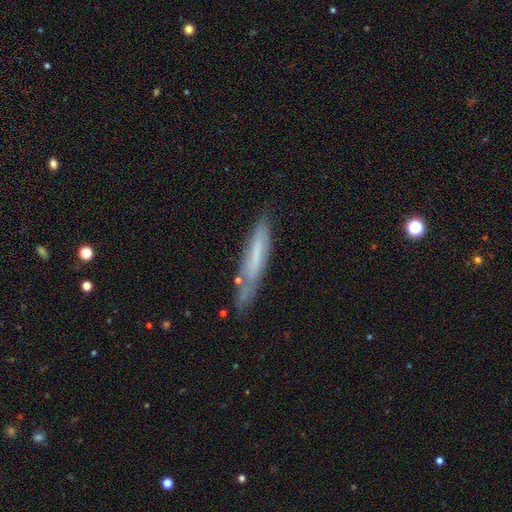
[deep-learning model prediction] Morphology: type=smooth (49%); merging=none (66%).